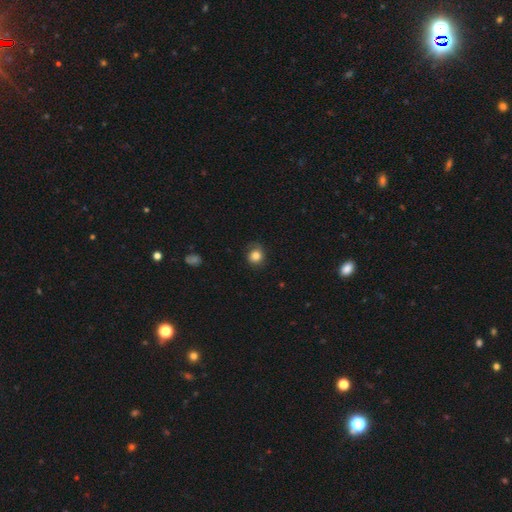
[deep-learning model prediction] Smooth or featured: smooth — 82% (star or artifact — 10%)
How rounded: round — 80% (in between — 19%)
Merging: none — 69% (minor disturbance — 22%)